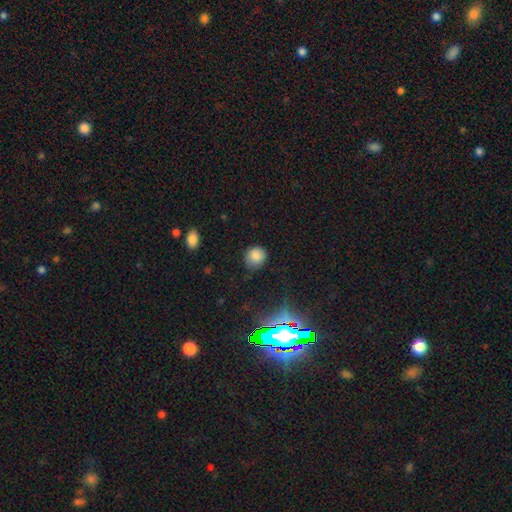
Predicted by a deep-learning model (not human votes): Overall: smooth (82%). How rounded: round (83%). Merging: none (77%).